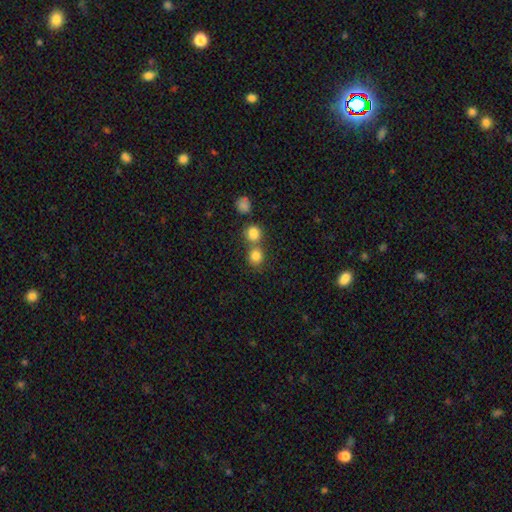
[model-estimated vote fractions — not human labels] Morphology: type=smooth (82%); roundness=round (85%); merging=none (55%).